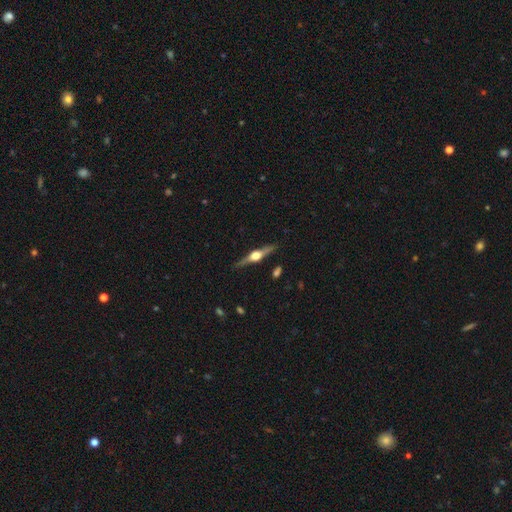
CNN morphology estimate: Smooth or featured?
  - featured or disk: 79% *
  - smooth: 16%
  - star or artifact: 5%
Edge-on disk?
  - yes: 98% *
  - no: 2%
Edge-on bulge?
  - rounded: 95% *
  - boxy: 4%
  - none: 2%
Merging?
  - none: 88% *
  - minor disturbance: 9%
  - major disturbance: 2%
  - merger: 1%